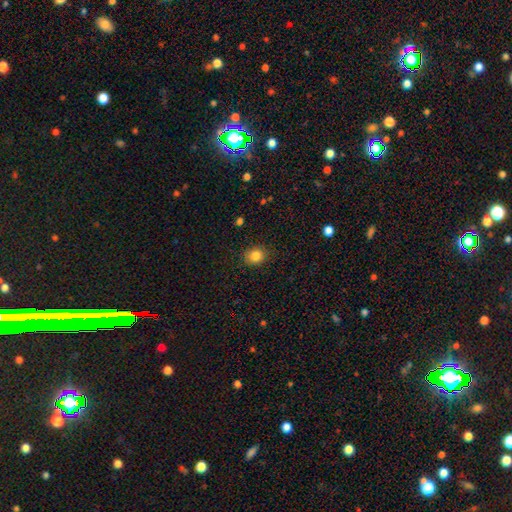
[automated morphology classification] smooth_or_featured: smooth (p=0.84) [alt: star or artifact p=0.10]
how_rounded: round (p=0.59) [alt: in between p=0.40]
merging: none (p=0.87) [alt: minor disturbance p=0.10]